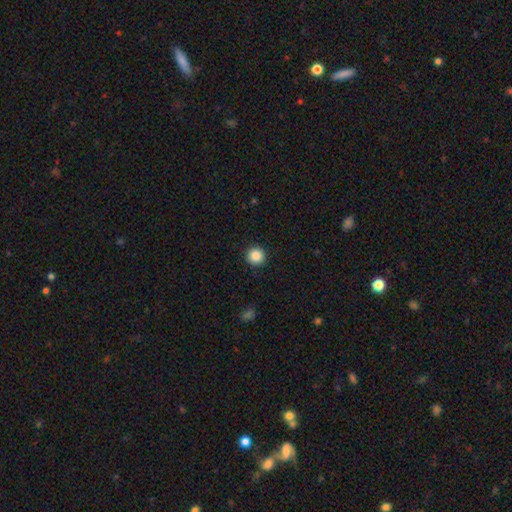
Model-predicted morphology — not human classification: This is clearly a smooth galaxy (87%). How rounded: clearly round (95%). Merging: clearly none (93%).